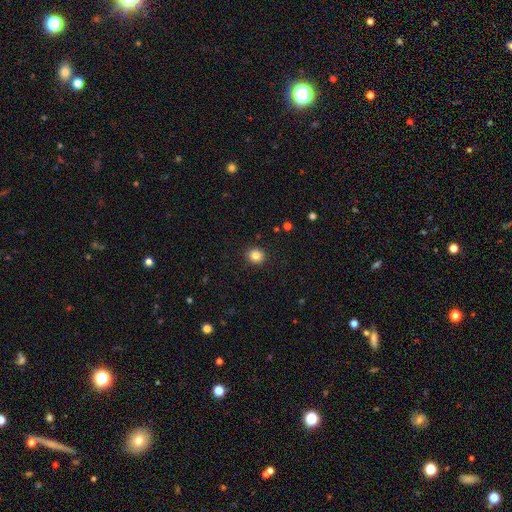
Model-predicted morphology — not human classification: smooth_or_featured: smooth (p=0.84) [alt: star or artifact p=0.11]
how_rounded: round (p=0.82) [alt: in between p=0.18]
merging: none (p=0.91) [alt: minor disturbance p=0.06]